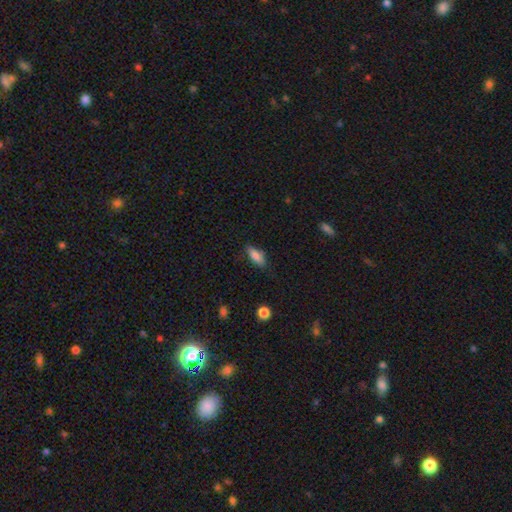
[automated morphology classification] type=smooth (82%); roundness=in between (68%); merging=none (76%).